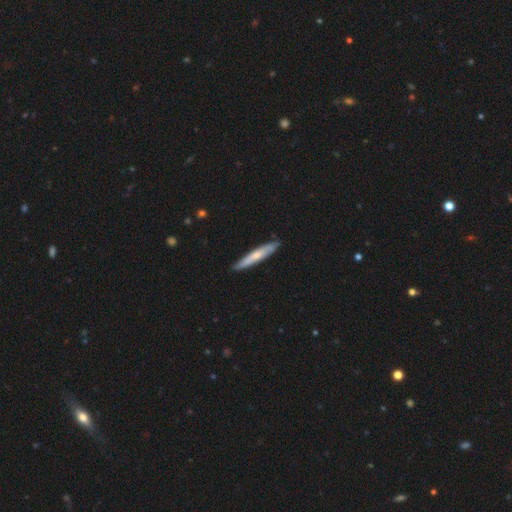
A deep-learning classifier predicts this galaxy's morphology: Q: Smooth or featured?
A: smooth (55%); runner-up: featured or disk (40%)
Q: How rounded?
A: cigar-shaped (93%); runner-up: in between (6%)
Q: Merging?
A: none (87%); runner-up: minor disturbance (11%)